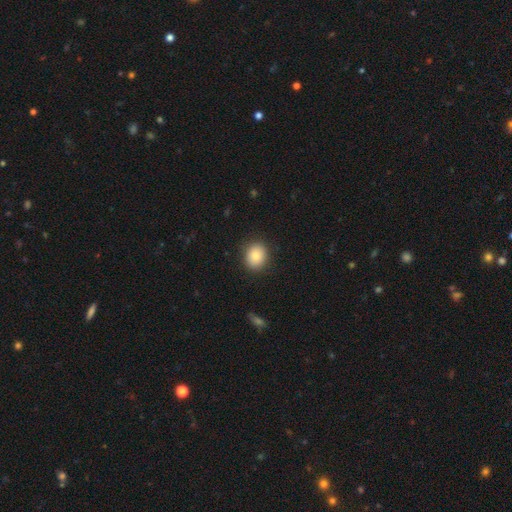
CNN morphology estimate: type=smooth (85%); roundness=round (58%); merging=none (88%).